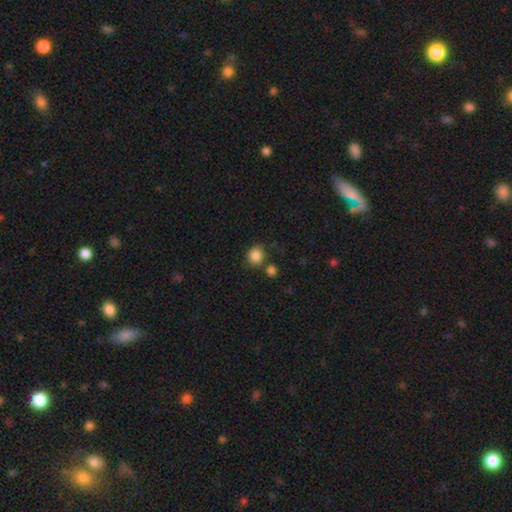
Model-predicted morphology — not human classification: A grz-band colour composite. It shows a smooth galaxy with no disk features (86%) that is round (79%). Merging: none (73%).